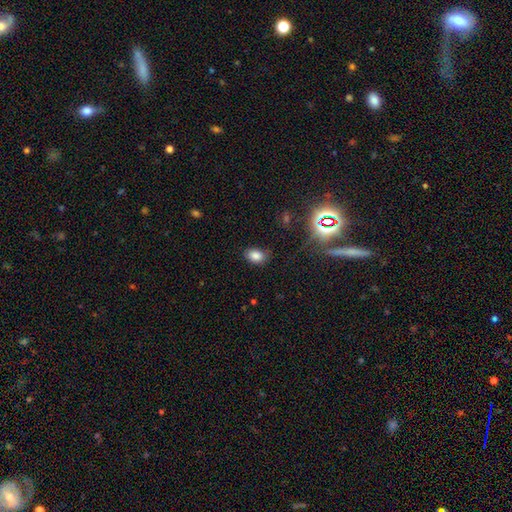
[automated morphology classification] smooth_or_featured: smooth (p=0.81) [alt: star or artifact p=0.14]
how_rounded: in between (p=0.83) [alt: round p=0.16]
merging: none (p=0.80) [alt: minor disturbance p=0.14]